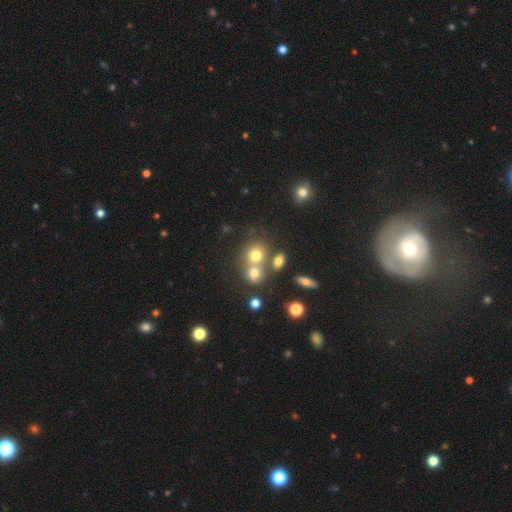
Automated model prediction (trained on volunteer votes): Smooth or featured?
  - smooth: 71% *
  - star or artifact: 15%
  - featured or disk: 14%
How rounded?
  - round: 78% *
  - in between: 21%
  - cigar-shaped: 1%
Merging?
  - none: 45% *
  - merger: 42%
  - minor disturbance: 9%
  - major disturbance: 5%